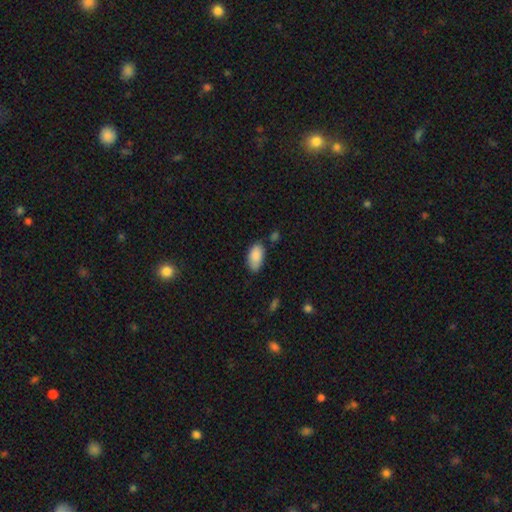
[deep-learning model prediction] This appears to be a smooth galaxy with no disk features (88%) that is in between round and cigar-shaped (94%). Merging: none (71%).